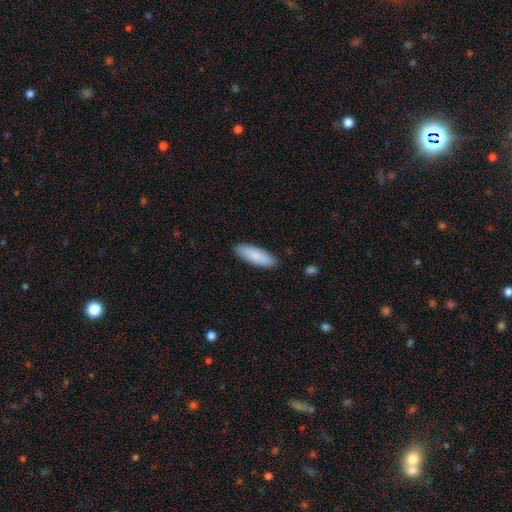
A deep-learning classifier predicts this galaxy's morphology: type=smooth (86%); roundness=in between (55%); merging=none (88%).